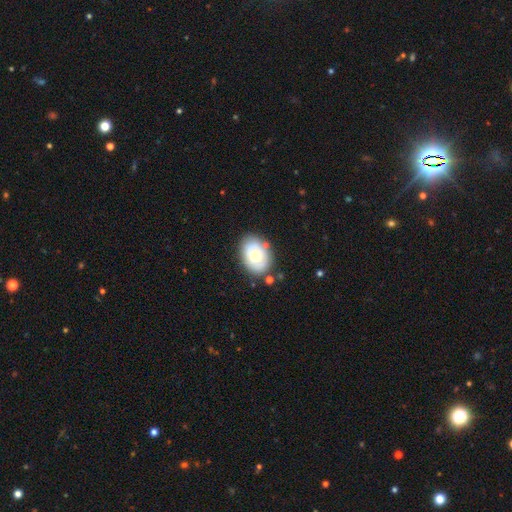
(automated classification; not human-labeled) smooth_or_featured: smooth (p=0.51) [alt: featured or disk p=0.42]
how_rounded: in between (p=0.67) [alt: round p=0.32]
merging: none (p=0.78) [alt: minor disturbance p=0.14]